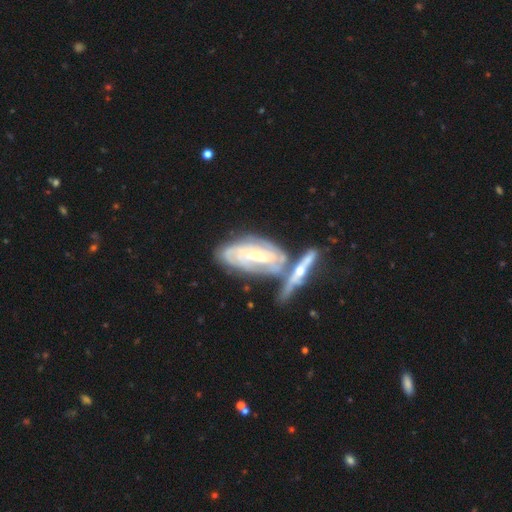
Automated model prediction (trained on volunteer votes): A featured or disk galaxy (81%) with no bar (48%), tight (70%) spiral arms (93%) and a small central bulge (58%). Merging: none (41%).